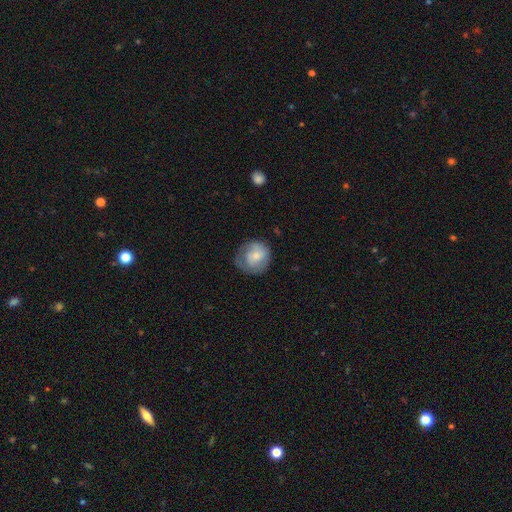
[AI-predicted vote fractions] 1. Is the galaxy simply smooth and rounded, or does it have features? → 65% smooth, 28% featured or disk, 7% star or artifact.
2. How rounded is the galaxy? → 83% round, 16% in between, 1% cigar-shaped.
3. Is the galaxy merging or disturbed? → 59% none, 26% minor disturbance, 13% major disturbance, 1% merger.